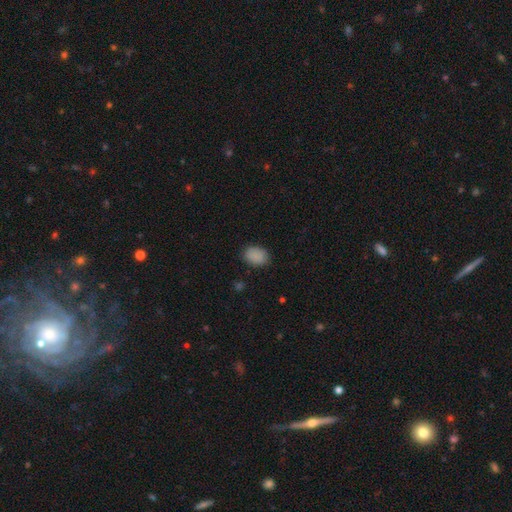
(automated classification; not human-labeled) Smooth or featured: smooth — 88% (star or artifact — 9%)
How rounded: in between — 75% (round — 24%)
Merging: none — 83% (minor disturbance — 13%)